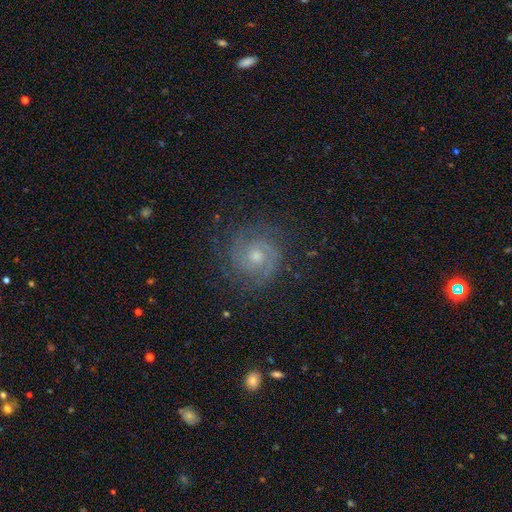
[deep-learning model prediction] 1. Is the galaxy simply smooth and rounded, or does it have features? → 78% featured or disk, 12% star or artifact, 10% smooth.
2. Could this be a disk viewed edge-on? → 98% no, 2% yes.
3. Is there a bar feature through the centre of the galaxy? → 71% no, 24% weak, 5% strong.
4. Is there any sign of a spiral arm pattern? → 97% yes, 3% no.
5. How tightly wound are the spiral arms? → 64% tight, 30% medium, 6% loose.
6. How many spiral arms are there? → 61% 2, 15% can't tell, 12% 3, 4% 4, 4% 1, 4% more than 4.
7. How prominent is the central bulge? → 50% moderate, 45% small, 3% large, 2% none, 1% dominant.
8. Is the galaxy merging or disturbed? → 83% none, 11% minor disturbance, 5% major disturbance, 1% merger.